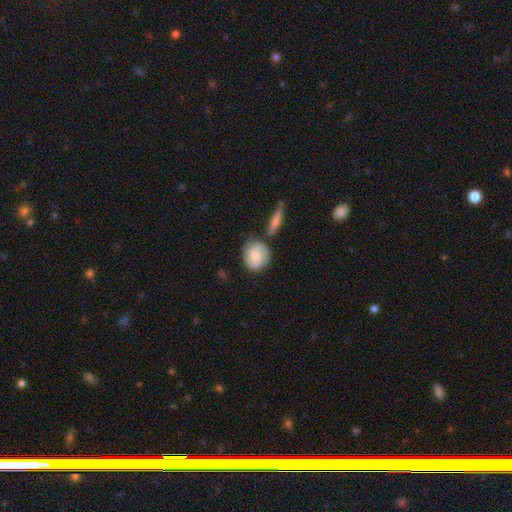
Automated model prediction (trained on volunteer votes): This appears to be a smooth galaxy with no disk features (47%). Merging: none (65%).